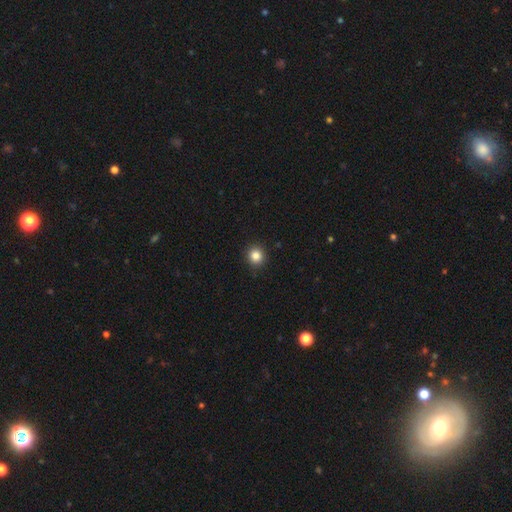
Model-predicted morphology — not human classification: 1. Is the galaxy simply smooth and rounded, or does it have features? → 84% smooth, 11% star or artifact, 5% featured or disk.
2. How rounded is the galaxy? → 90% round, 9% in between, 1% cigar-shaped.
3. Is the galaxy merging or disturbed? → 92% none, 5% minor disturbance, 2% major disturbance, 1% merger.